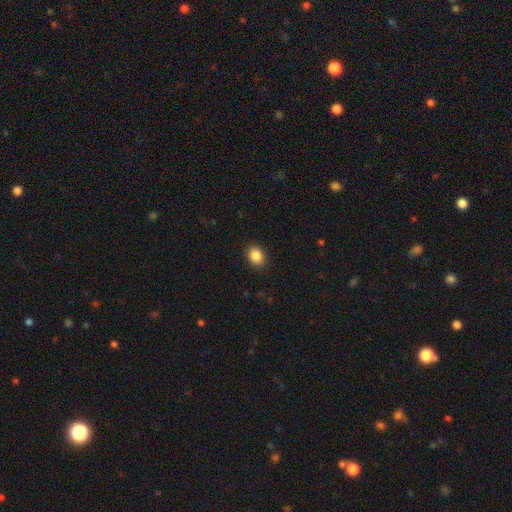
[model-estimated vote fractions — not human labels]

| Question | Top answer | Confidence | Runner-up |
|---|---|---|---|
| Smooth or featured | smooth | 87% | star or artifact (9%) |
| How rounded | round | 50% | in between (49%) |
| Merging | none | 90% | minor disturbance (7%) |